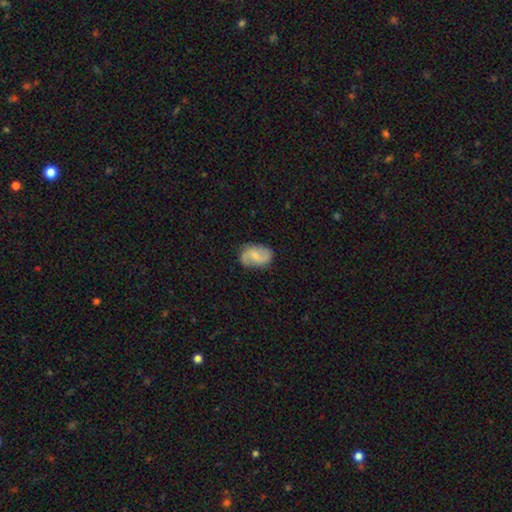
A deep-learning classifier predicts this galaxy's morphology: type=featured or disk (69%); edge-on=no (98%); bar=weak (51%); spiral arms=yes (94%); winding=loose (49%); arm count=2 (89%); bulge=small (36%); merging=none (77%).